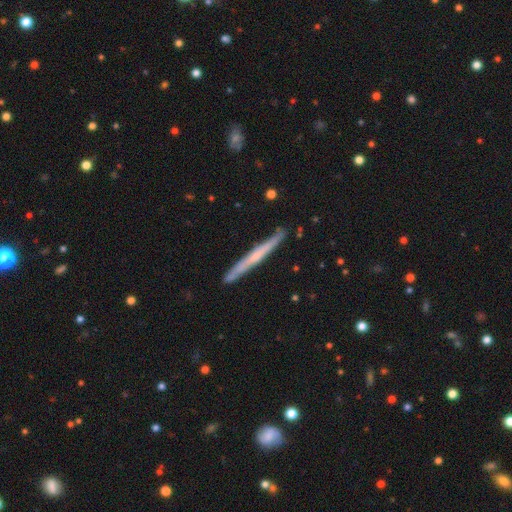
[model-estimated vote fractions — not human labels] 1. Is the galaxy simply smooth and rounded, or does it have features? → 60% featured or disk, 34% smooth, 6% star or artifact.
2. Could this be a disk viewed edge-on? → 95% yes, 5% no.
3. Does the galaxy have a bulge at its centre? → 62% none, 32% rounded, 6% boxy.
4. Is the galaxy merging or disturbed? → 86% none, 11% minor disturbance, 2% major disturbance, 2% merger.